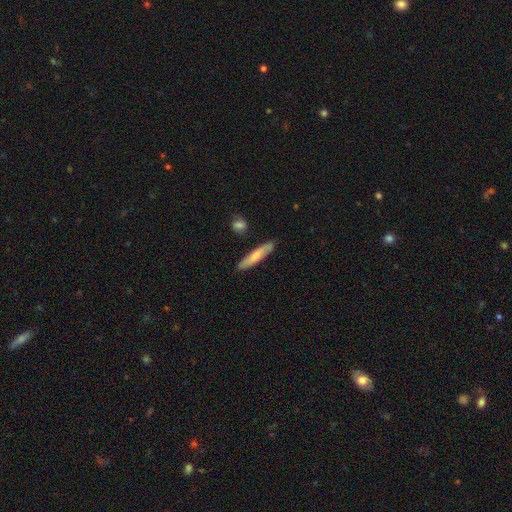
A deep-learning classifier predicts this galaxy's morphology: Smooth or featured? smooth (71%)
How rounded? cigar-shaped (87%)
Merging? none (85%)